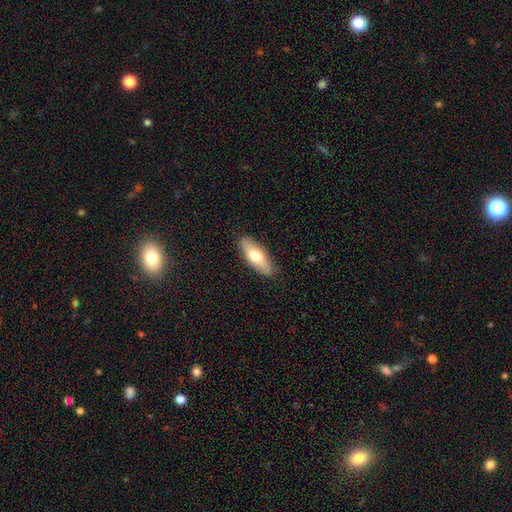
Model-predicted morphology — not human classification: This appears to be a smooth galaxy with no disk features (66%) that is in between round and cigar-shaped (73%). Merging: none (87%).